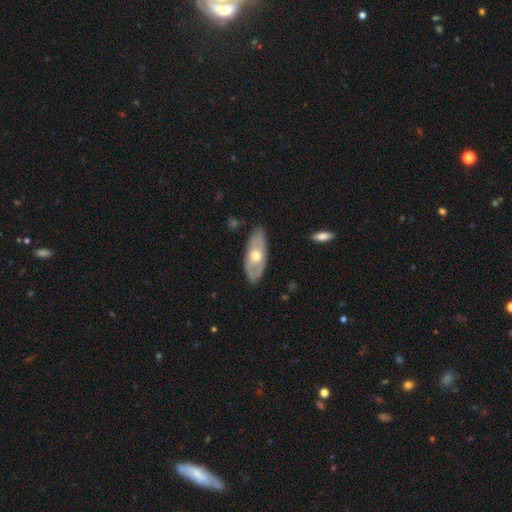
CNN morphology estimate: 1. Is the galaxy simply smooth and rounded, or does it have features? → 58% featured or disk, 37% smooth, 5% star or artifact.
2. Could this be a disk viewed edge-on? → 77% no, 23% yes.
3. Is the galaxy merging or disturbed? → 79% none, 16% minor disturbance, 3% major disturbance, 1% merger.